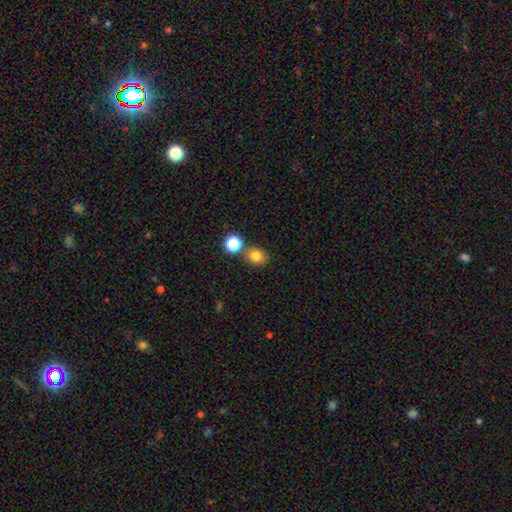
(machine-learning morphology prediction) Smooth or featured: smooth — 78% (star or artifact — 14%)
How rounded: round — 61% (in between — 38%)
Merging: none — 71% (merger — 15%)